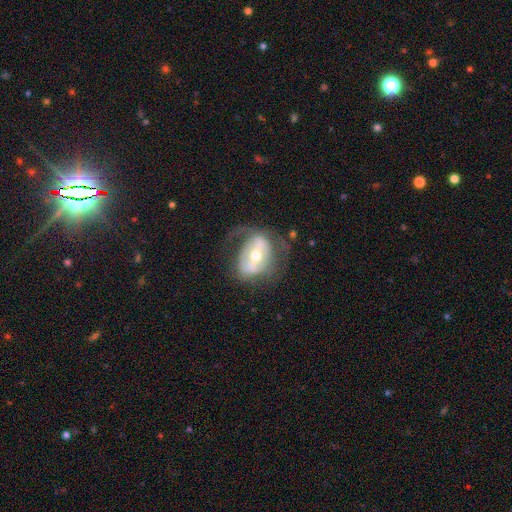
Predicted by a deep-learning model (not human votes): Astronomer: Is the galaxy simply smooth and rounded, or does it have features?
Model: featured or disk — 71%.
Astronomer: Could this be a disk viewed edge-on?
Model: no — 92%.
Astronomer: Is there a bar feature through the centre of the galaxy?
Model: strong — 51% (runner-up: weak, 29%).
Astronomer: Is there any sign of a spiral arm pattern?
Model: yes — 57% (runner-up: no, 43%).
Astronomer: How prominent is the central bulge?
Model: moderate — 58% (runner-up: small, 35%).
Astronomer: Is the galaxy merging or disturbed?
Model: none — 45% (runner-up: major disturbance, 30%).